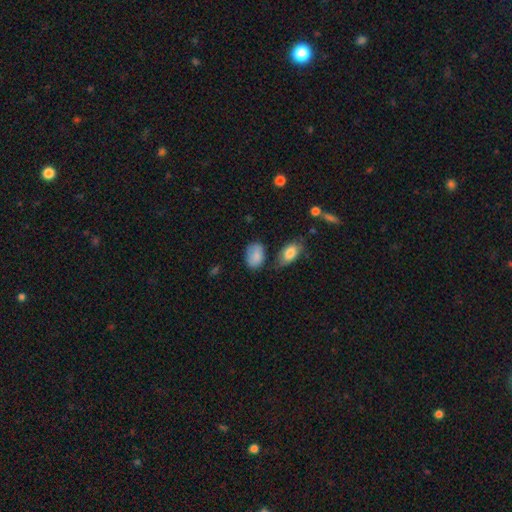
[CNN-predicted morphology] type=smooth (84%); roundness=in between (84%); merging=none (61%).